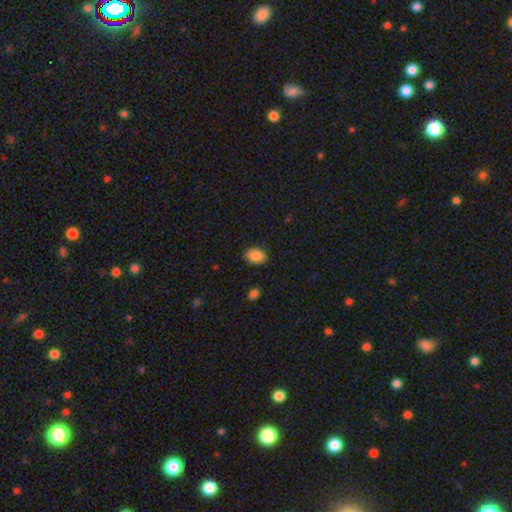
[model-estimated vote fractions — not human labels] A smooth galaxy with no disk features (88%) that is in between round and cigar-shaped (83%).

Vote fractions:
- Smooth or featured? smooth: 88% / star or artifact: 7% / featured or disk: 5%
- How rounded? in between: 83% / round: 16% / cigar-shaped: 1%
- Merging? none: 87% / minor disturbance: 10% / major disturbance: 2% / merger: 1%